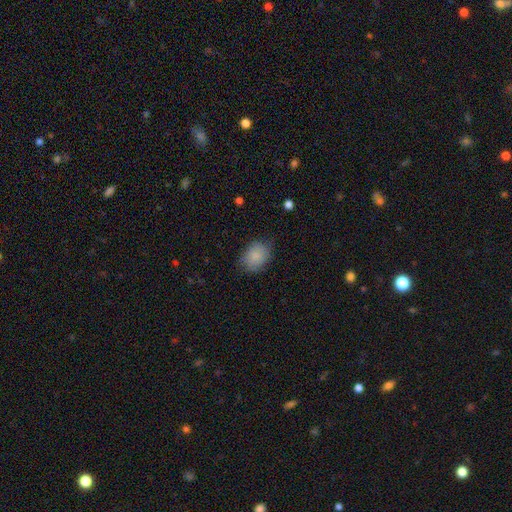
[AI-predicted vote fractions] This appears to be a smooth galaxy with no disk features (84%) that is in between round and cigar-shaped (66%). Merging: none (71%).